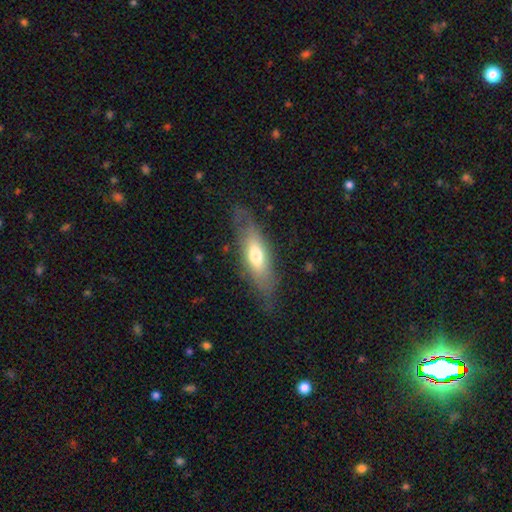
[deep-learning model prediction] A smooth galaxy with no disk features (54%) that is in between round and cigar-shaped (56%).

Vote fractions:
- Smooth or featured? smooth: 54% / featured or disk: 39% / star or artifact: 7%
- How rounded? in between: 56% / cigar-shaped: 41% / round: 3%
- Merging? none: 72% / minor disturbance: 18% / major disturbance: 8% / merger: 1%